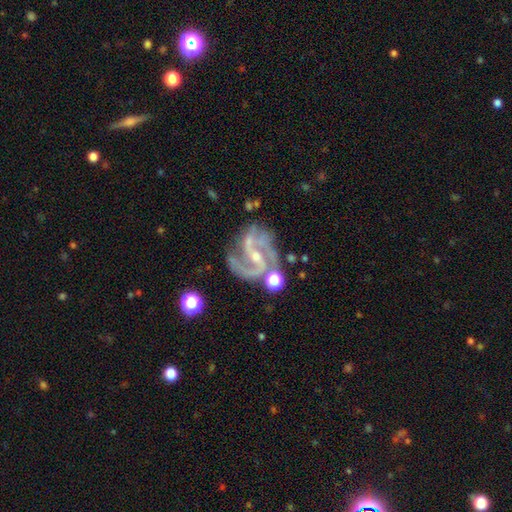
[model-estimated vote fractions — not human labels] Morphology: type=featured or disk (91%); edge-on=no (98%); bar=weak (42%); spiral arms=yes (98%); winding=medium (60%); arm count=2 (76%); bulge=small (67%); merging=none (61%).